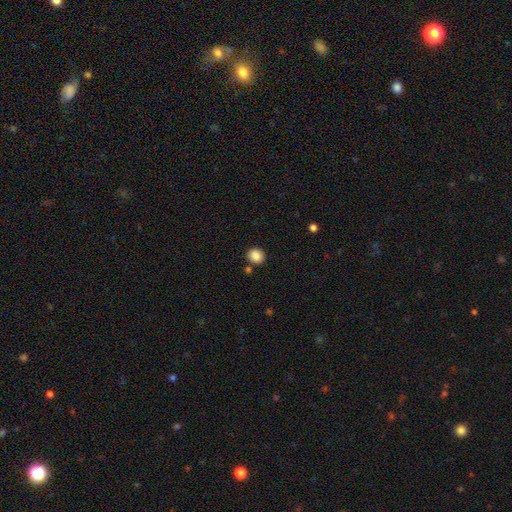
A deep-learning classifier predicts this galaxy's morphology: Q: Smooth or featured?
A: smooth (87%); runner-up: star or artifact (9%)
Q: How rounded?
A: round (78%); runner-up: in between (21%)
Q: Merging?
A: none (83%); runner-up: minor disturbance (8%)